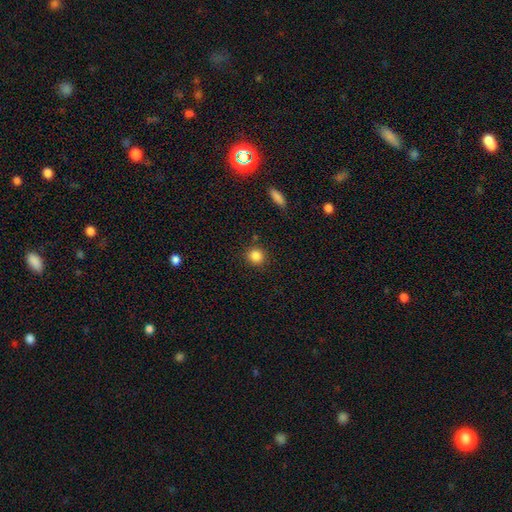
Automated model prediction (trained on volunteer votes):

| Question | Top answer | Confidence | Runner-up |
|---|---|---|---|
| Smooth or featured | smooth | 86% | star or artifact (10%) |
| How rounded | round | 88% | in between (11%) |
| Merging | none | 87% | minor disturbance (8%) |